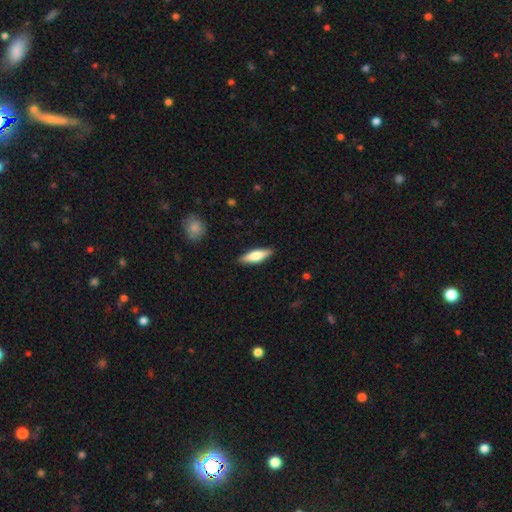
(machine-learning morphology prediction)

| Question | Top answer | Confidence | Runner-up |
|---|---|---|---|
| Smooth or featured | smooth | 58% | featured or disk (37%) |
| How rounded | cigar-shaped | 57% | in between (41%) |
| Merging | none | 89% | minor disturbance (8%) |